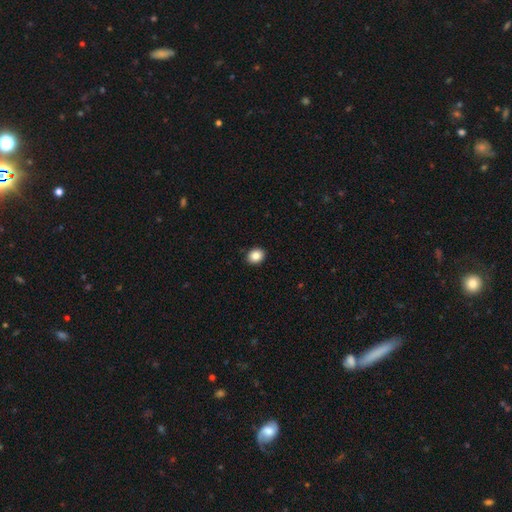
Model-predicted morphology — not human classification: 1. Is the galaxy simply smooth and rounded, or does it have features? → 86% smooth, 9% star or artifact, 5% featured or disk.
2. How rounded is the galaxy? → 62% round, 37% in between, 1% cigar-shaped.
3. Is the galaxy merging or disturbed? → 91% none, 6% minor disturbance, 2% major disturbance, 1% merger.